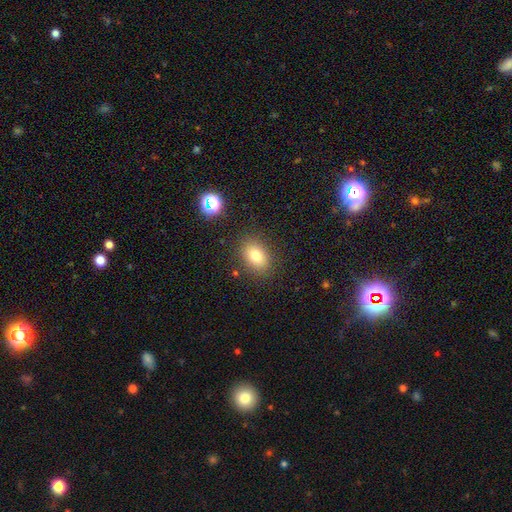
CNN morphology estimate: smooth_or_featured: smooth (p=0.79) [alt: star or artifact p=0.11]
how_rounded: in between (p=0.77) [alt: round p=0.21]
merging: none (p=0.84) [alt: minor disturbance p=0.10]